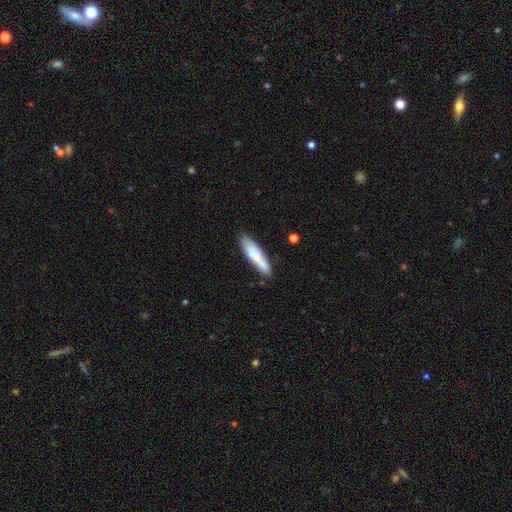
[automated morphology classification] A smooth galaxy with no disk features (69%) that is cigar-shaped (73%). Merging: none (73%).